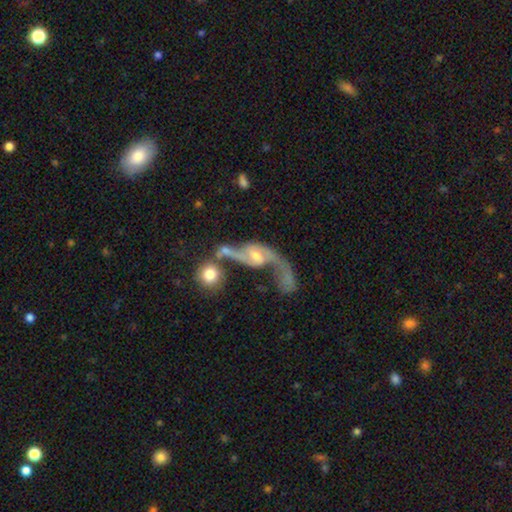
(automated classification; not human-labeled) Morphology: type=featured or disk (80%); edge-on=no (92%); bar=no (47%); spiral arms=yes (89%); winding=loose (78%); arm count=2 (78%); bulge=small (44%); merging=merger (33%).